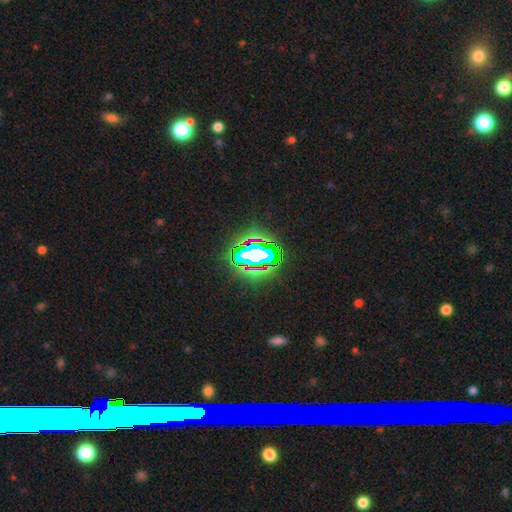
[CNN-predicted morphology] A star or artifact, not a galaxy (64%).